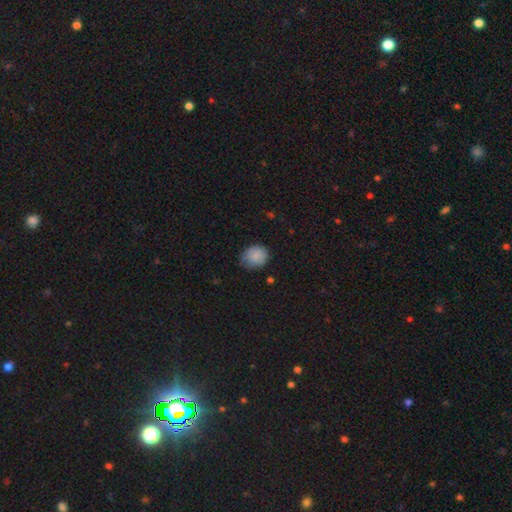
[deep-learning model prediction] smooth 85%, star or artifact 8%, featured or disk 6%. Down the decision tree: how rounded — round (69%); merging — none (65%).